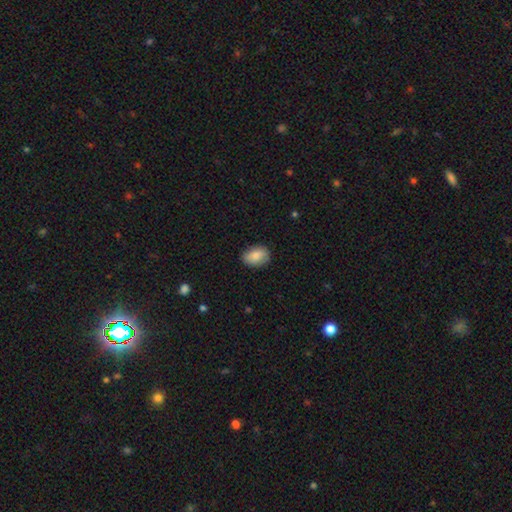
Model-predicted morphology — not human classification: smooth-or-featured: smooth: 80% | featured or disk: 13% | star or artifact: 7%
  how-rounded: in between: 80% | round: 19% | cigar-shaped: 1%
  merging: none: 84% | minor disturbance: 13% | major disturbance: 3% | merger: 1%